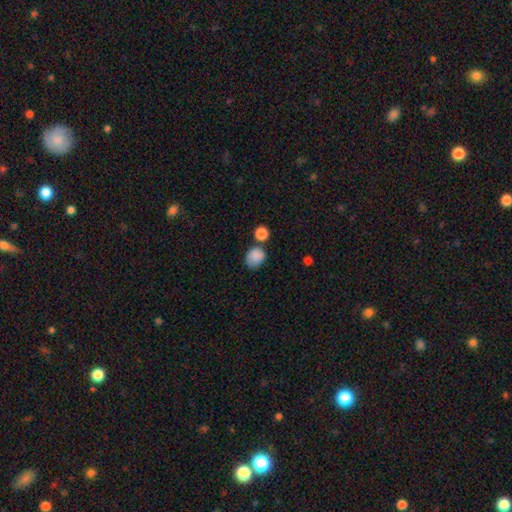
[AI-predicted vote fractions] The model was most divided on "how rounded": round: 59%, in between: 40%, cigar-shaped: 1%. More confident: smooth or featured — smooth (86%); merging — none (62%).